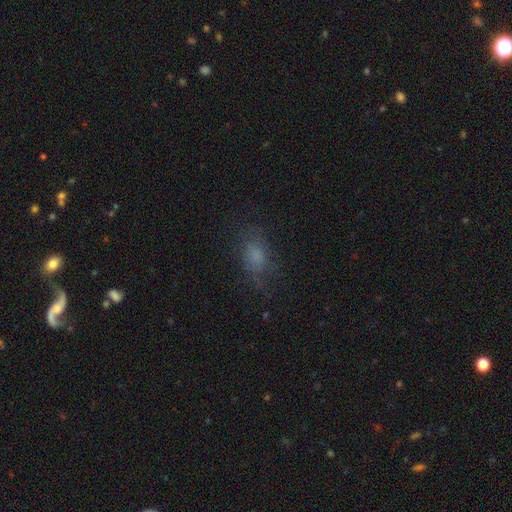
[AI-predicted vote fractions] A smooth galaxy with no disk features (69%) that is in between round and cigar-shaped (76%).

Vote fractions:
- Smooth or featured? smooth: 69% / star or artifact: 16% / featured or disk: 16%
- How rounded? in between: 76% / round: 18% / cigar-shaped: 5%
- Merging? none: 66% / minor disturbance: 20% / major disturbance: 13% / merger: 1%